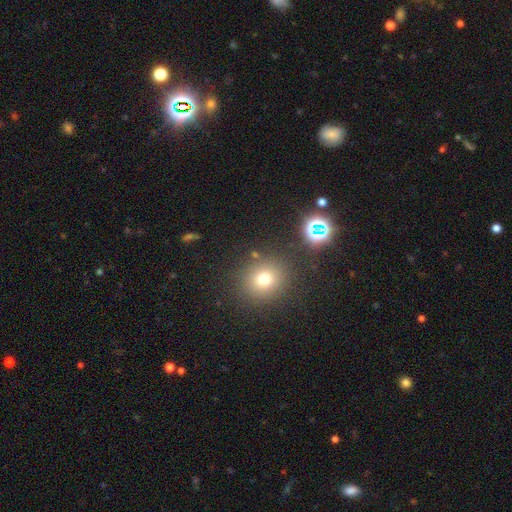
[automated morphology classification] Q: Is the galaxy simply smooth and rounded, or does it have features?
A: smooth — 63%.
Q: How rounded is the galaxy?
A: round — 87%.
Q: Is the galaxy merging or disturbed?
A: none — 87%.